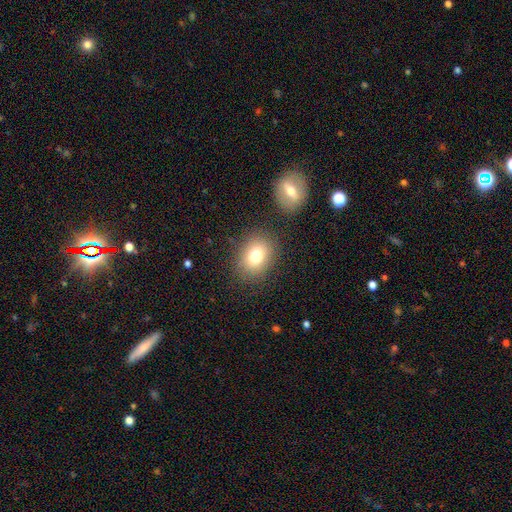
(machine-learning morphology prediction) Smooth or featured? Predicted: smooth (p=0.78). How rounded? Predicted: in between (p=0.60). Merging? Predicted: none (p=0.81).